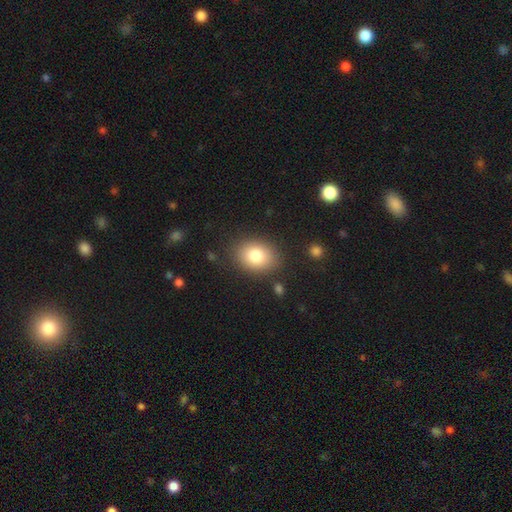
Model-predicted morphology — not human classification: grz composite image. It shows a smooth galaxy with no disk features (81%) that is in between round and cigar-shaped (59%). Merging: none (84%).